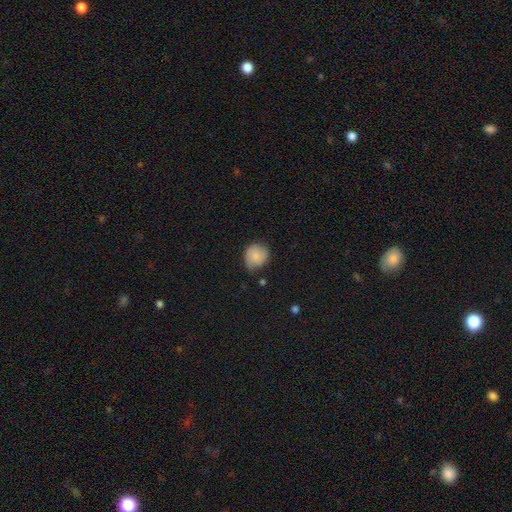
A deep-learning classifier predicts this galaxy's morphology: type=smooth (77%); roundness=round (79%); merging=none (64%).